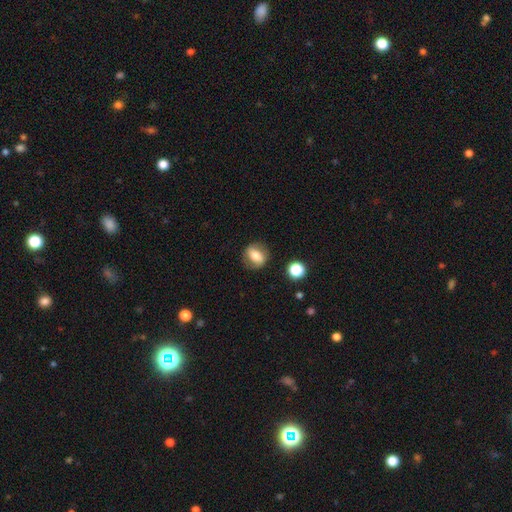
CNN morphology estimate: Smooth or featured?
  - smooth: 59% *
  - featured or disk: 32%
  - star or artifact: 9%
How rounded?
  - in between: 53% *
  - round: 44%
  - cigar-shaped: 3%
Merging?
  - none: 79% *
  - minor disturbance: 14%
  - major disturbance: 5%
  - merger: 2%